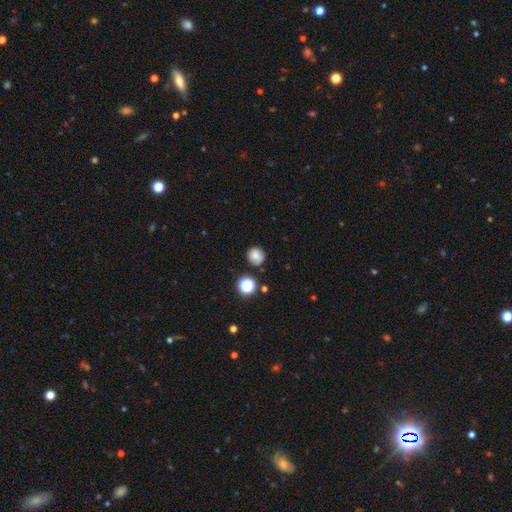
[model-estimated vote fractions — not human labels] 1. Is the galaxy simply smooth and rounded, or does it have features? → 76% smooth, 13% star or artifact, 11% featured or disk.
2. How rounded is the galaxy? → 88% round, 11% in between, 1% cigar-shaped.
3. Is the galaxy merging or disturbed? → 79% none, 13% minor disturbance, 4% merger, 4% major disturbance.